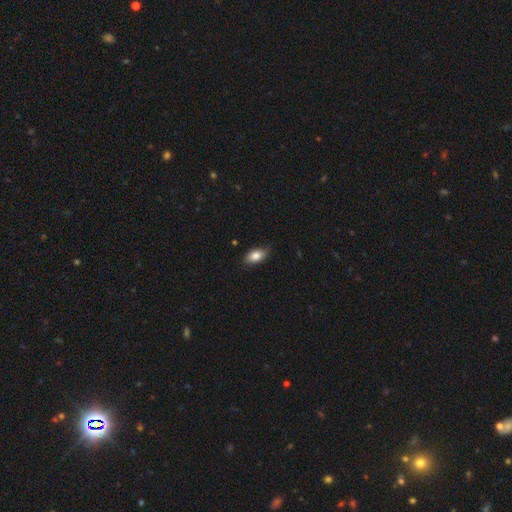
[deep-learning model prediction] smooth 82%, featured or disk 10%, star or artifact 7%. Down the decision tree: how rounded — in between (90%); merging — none (78%).